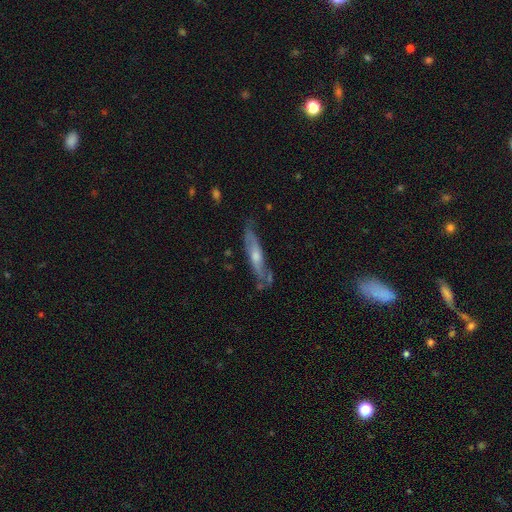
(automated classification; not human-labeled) The model was most divided on "edge-on disk": yes: 65%, no: 35%. More confident: merging — none (69%); smooth or featured — featured or disk (63%).